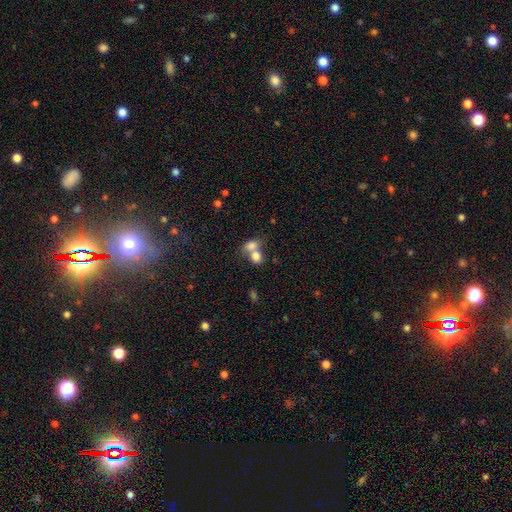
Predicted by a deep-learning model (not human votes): This appears to be a smooth galaxy with no disk features (78%) that is in between round and cigar-shaped (60%). Merging: merger (66%).